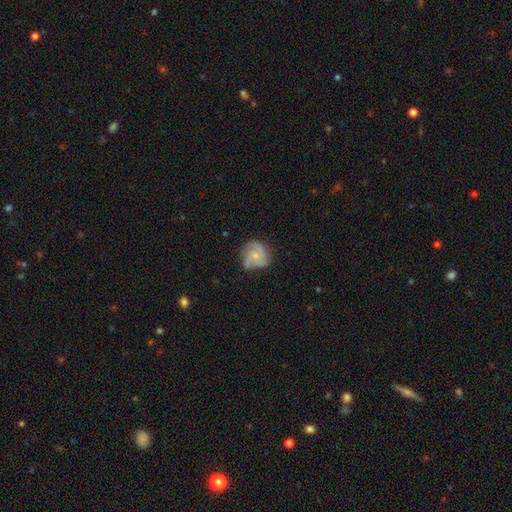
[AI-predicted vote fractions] A featured or disk galaxy (68%) with no bar (75%), 3 (55%) medium (49%) spiral arms (90%) and a small central bulge (62%).

Vote fractions:
- Smooth or featured? featured or disk: 68% / smooth: 25% / star or artifact: 7%
- Edge-on disk? no: 98% / yes: 2%
- Bar? no: 75% / weak: 22% / strong: 3%
- Spiral arms? yes: 90% / no: 10%
- Spiral winding? medium: 49% / tight: 32% / loose: 19%
- Spiral arm count? 3: 55% / 2: 19% / can't tell: 12% / 4: 7% / 1: 4% / more than 4: 3%
- Bulge size? small: 62% / moderate: 29% / none: 7% / large: 1% / dominant: 1%
- Merging? none: 60% / minor disturbance: 27% / major disturbance: 11% / merger: 3%